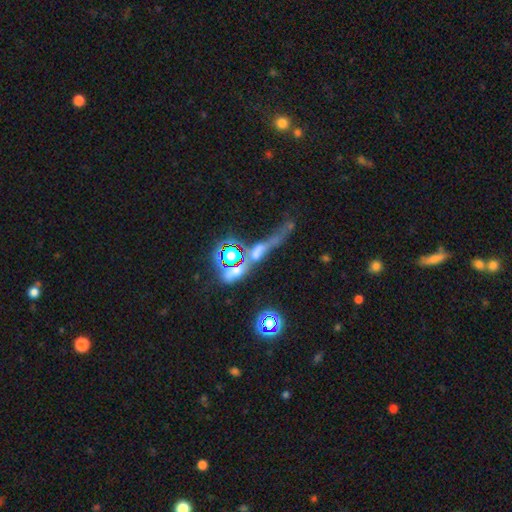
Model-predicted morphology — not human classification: A star or artifact, not a galaxy (41%).